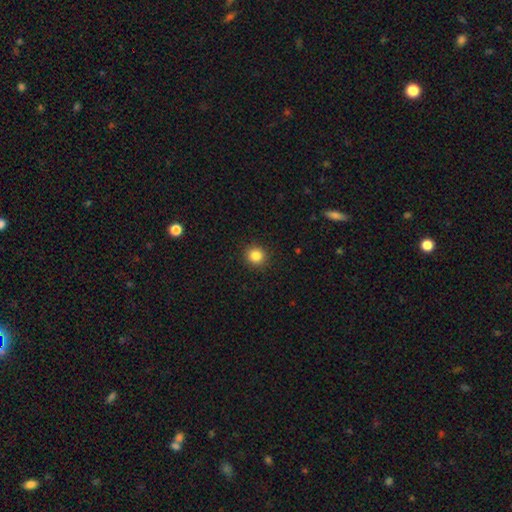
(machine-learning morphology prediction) Smooth or featured? Predicted: smooth (p=0.85). How rounded? Predicted: round (p=0.91). Merging? Predicted: none (p=0.92).